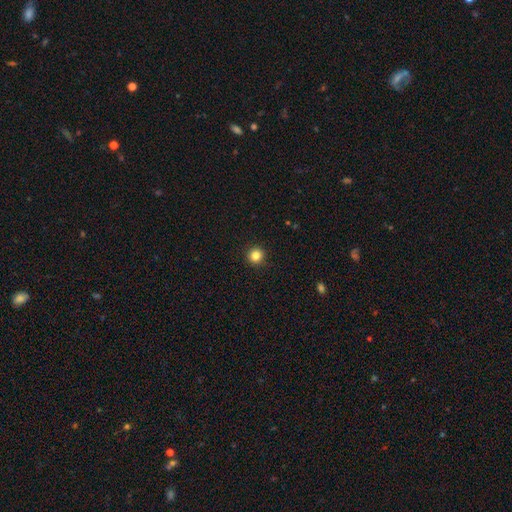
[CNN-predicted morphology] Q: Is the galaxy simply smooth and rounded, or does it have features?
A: smooth — 83%.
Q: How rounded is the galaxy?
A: round — 95%.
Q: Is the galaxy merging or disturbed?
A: none — 93%.